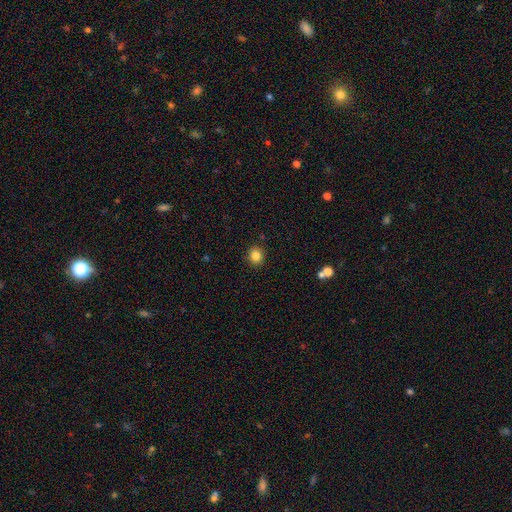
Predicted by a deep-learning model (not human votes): A smooth galaxy with no disk features (84%) that is round (82%). Merging: none (91%).